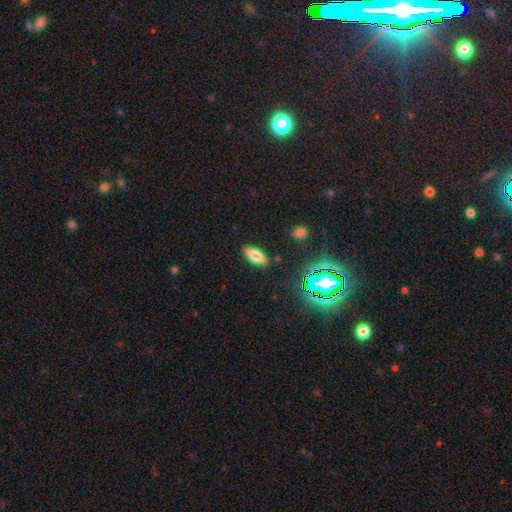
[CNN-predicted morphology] A smooth galaxy with no disk features (75%) that is in between round and cigar-shaped (79%).

Vote fractions:
- Smooth or featured? smooth: 75% / featured or disk: 14% / star or artifact: 11%
- How rounded? in between: 79% / cigar-shaped: 18% / round: 3%
- Merging? none: 87% / minor disturbance: 9% / major disturbance: 2% / merger: 2%